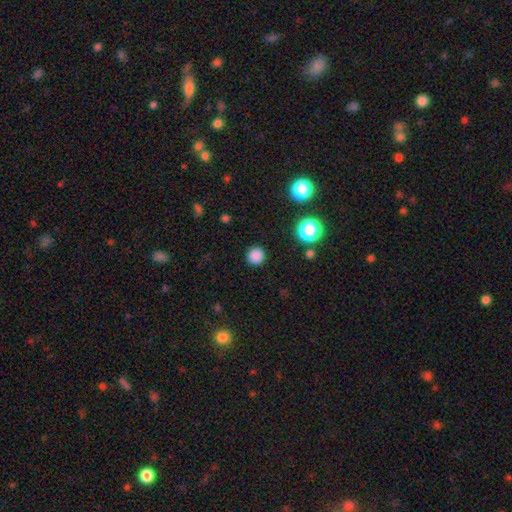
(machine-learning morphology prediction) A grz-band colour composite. It shows a smooth galaxy with no disk features (84%) that is round (94%). Merging: none (91%).